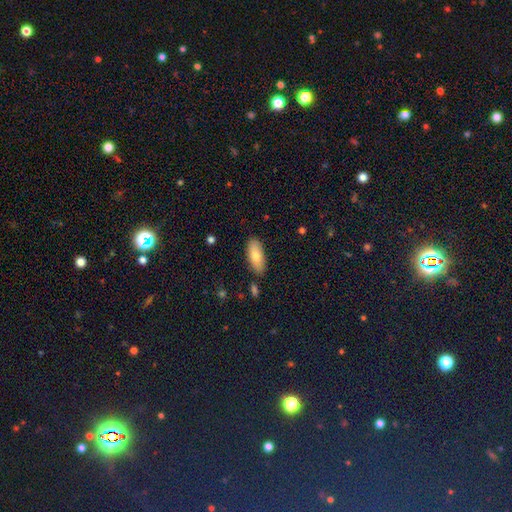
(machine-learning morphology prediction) Overall: smooth (81%). How rounded: in between (81%). Merging: none (85%).